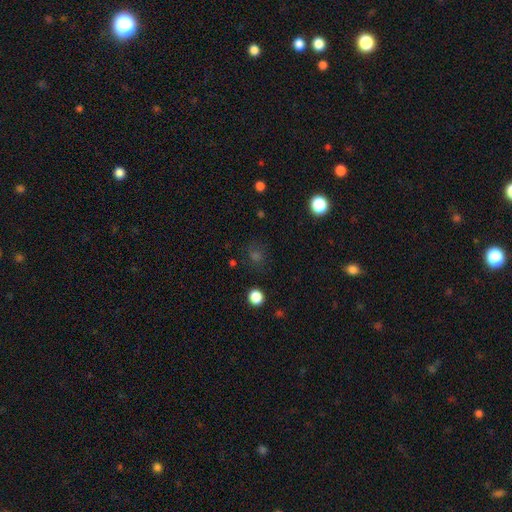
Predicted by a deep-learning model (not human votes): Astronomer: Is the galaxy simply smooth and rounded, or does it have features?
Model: smooth — 55% (runner-up: star or artifact, 36%).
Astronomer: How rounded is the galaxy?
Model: round — 80%.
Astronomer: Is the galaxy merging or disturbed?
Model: none — 80%.